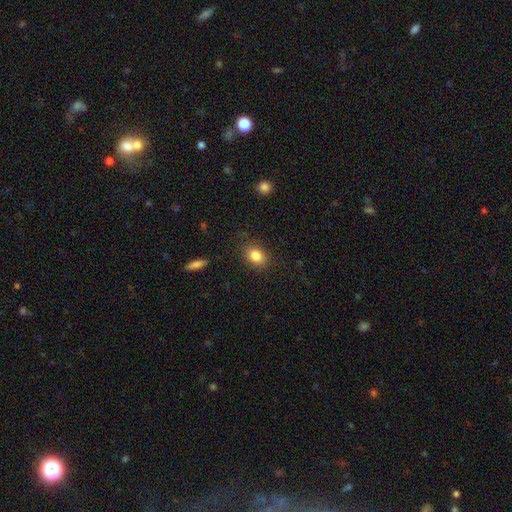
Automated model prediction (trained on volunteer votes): This appears to be a smooth galaxy with no disk features (84%) that is in between round and cigar-shaped (70%). Merging: none (84%).